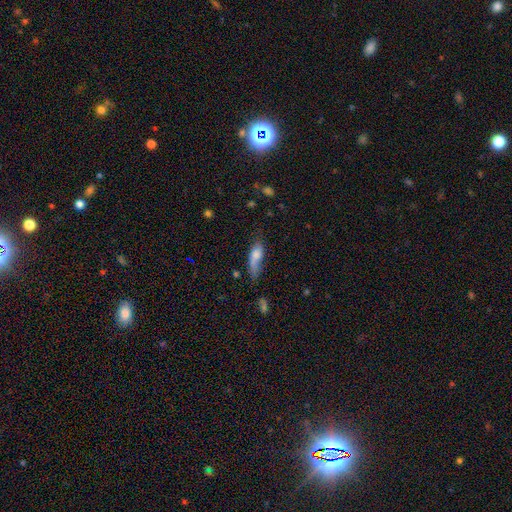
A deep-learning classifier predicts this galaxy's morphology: smooth-or-featured: smooth: 72% | featured or disk: 20% | star or artifact: 8%
  how-rounded: in between: 58% | cigar-shaped: 39% | round: 3%
  merging: none: 40% | minor disturbance: 35% | major disturbance: 19% | merger: 6%